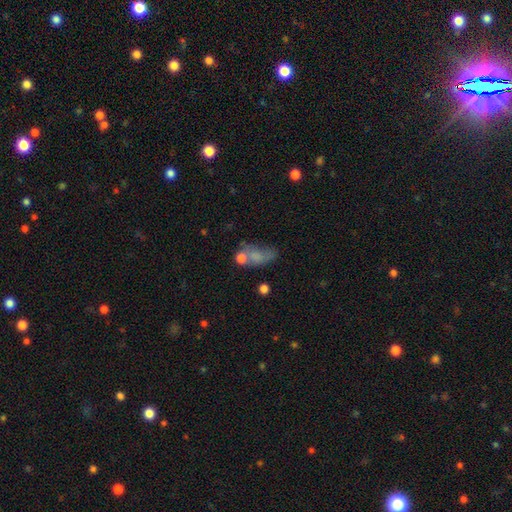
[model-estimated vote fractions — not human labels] Smooth or featured? Predicted: smooth (p=0.63). How rounded? Predicted: in between (p=0.80). Merging? Predicted: none (p=0.28).